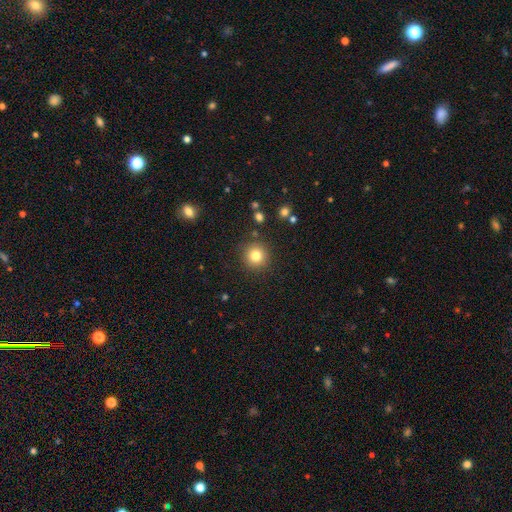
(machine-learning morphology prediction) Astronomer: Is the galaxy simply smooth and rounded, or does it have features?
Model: smooth — 81%.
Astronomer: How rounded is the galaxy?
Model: round — 94%.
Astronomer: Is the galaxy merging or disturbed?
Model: none — 89%.